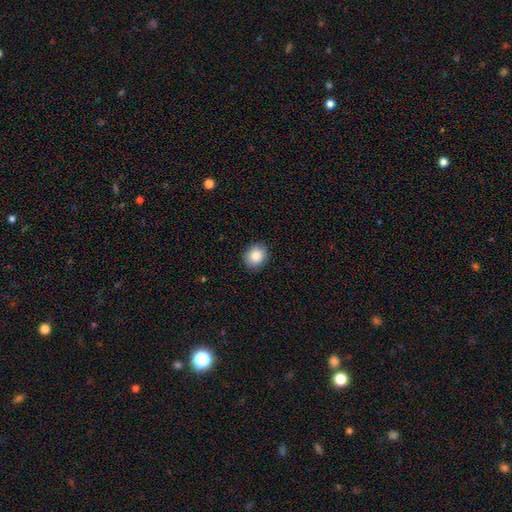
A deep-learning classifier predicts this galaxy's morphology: The model was most divided on "how rounded": round: 70%, in between: 29%, cigar-shaped: 1%. More confident: merging — none (89%); smooth or featured — smooth (86%).